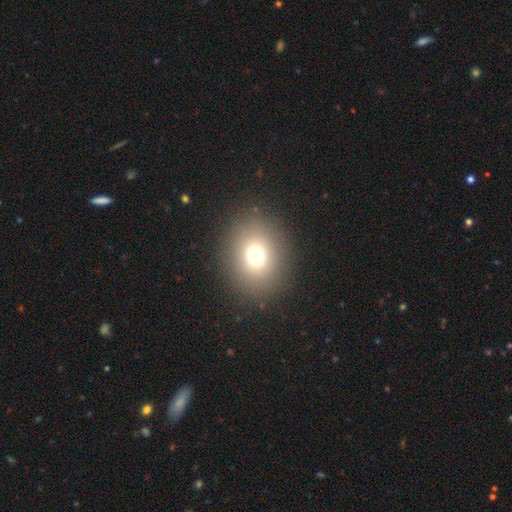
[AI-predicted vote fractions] A smooth galaxy with no disk features (71%) that is round (66%). Merging: none (87%).